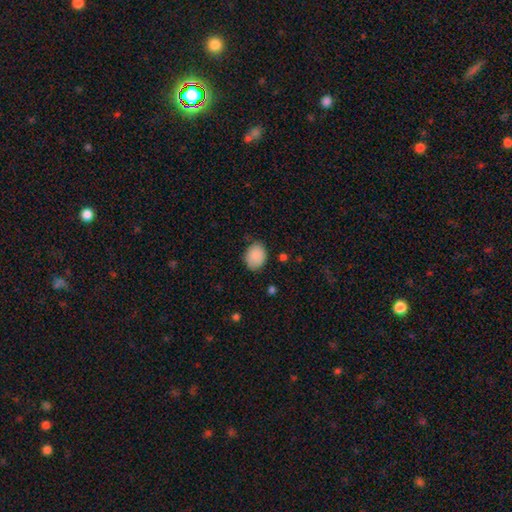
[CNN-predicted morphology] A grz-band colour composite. It shows a smooth galaxy with no disk features (89%) that is in between round and cigar-shaped (60%). Merging: none (78%).